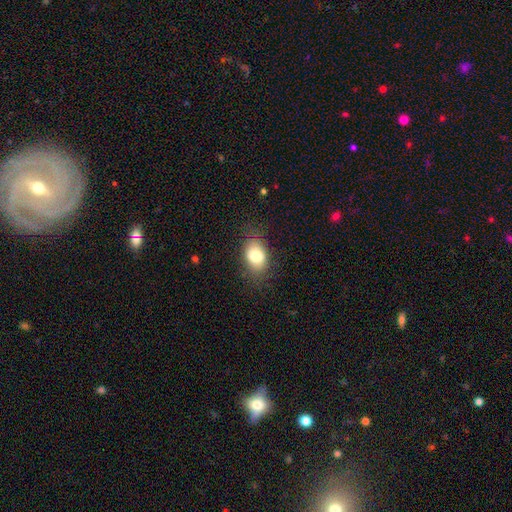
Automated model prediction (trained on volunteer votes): A smooth galaxy with no disk features (79%) that is in between round and cigar-shaped (79%).

Vote fractions:
- Smooth or featured? smooth: 79% / featured or disk: 12% / star or artifact: 9%
- How rounded? in between: 79% / round: 20% / cigar-shaped: 1%
- Merging? none: 79% / minor disturbance: 15% / major disturbance: 5% / merger: 1%